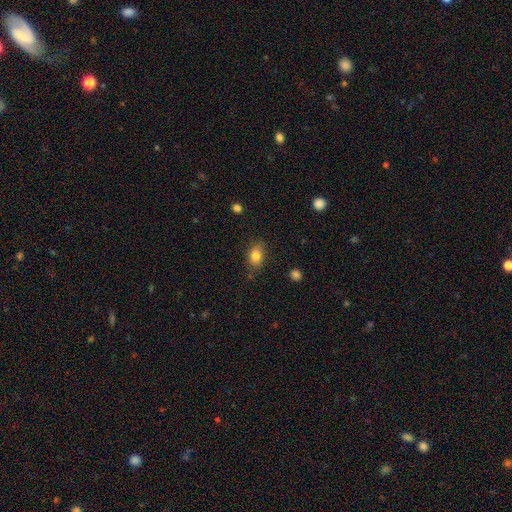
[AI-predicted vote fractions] The model was most divided on "how rounded": in between: 75%, round: 24%, cigar-shaped: 2%. More confident: smooth or featured — smooth (82%); merging — none (80%).